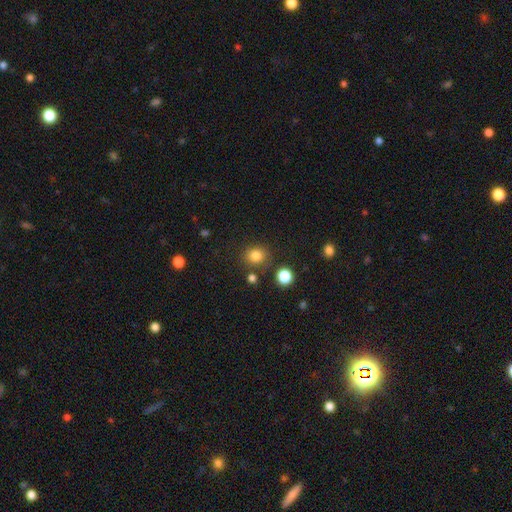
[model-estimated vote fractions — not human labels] A smooth galaxy with no disk features (82%) that is round (75%).

Vote fractions:
- Smooth or featured? smooth: 82% / star or artifact: 13% / featured or disk: 5%
- How rounded? round: 75% / in between: 24% / cigar-shaped: 1%
- Merging? none: 81% / minor disturbance: 10% / merger: 6% / major disturbance: 4%